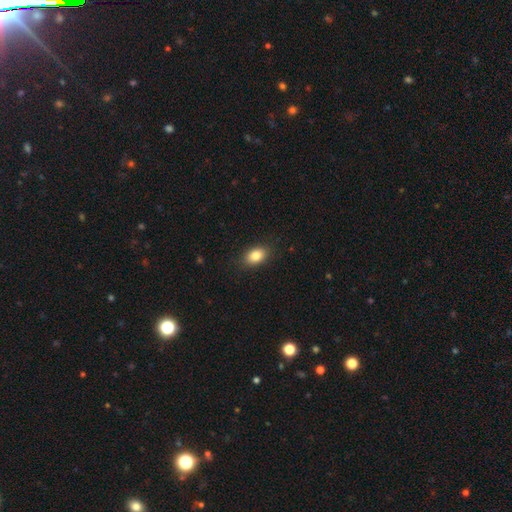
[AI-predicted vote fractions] Smooth or featured? smooth (84%)
How rounded? in between (84%)
Merging? none (87%)